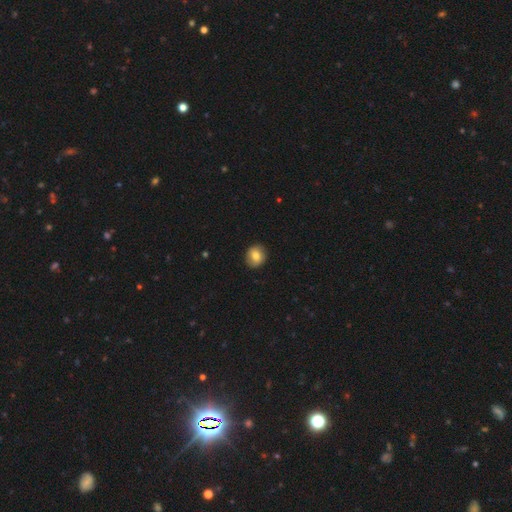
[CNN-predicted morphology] This appears to be a smooth galaxy with no disk features (78%) that is round (80%). Merging: none (89%).